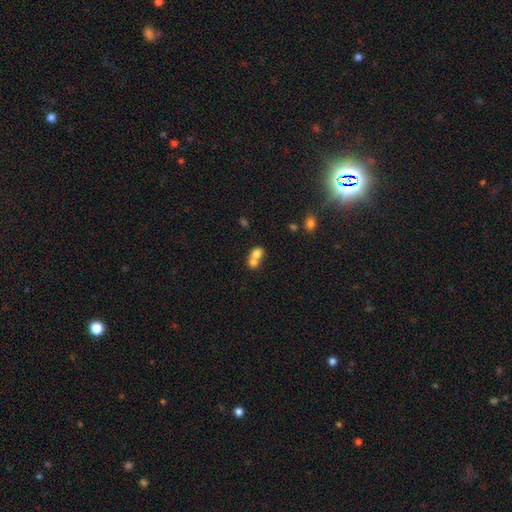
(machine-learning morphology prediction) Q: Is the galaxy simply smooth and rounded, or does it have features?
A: smooth — 74%.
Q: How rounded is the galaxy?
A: round — 55%.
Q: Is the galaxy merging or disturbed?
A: merger — 72%.